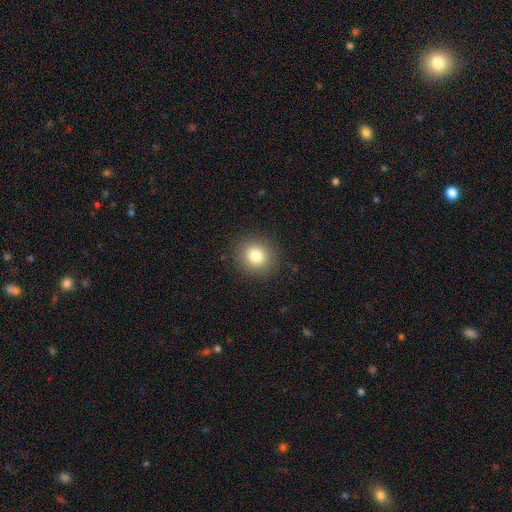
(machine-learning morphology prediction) This is clearly a smooth galaxy (81%). How rounded: clearly round (85%). Merging: clearly none (89%).